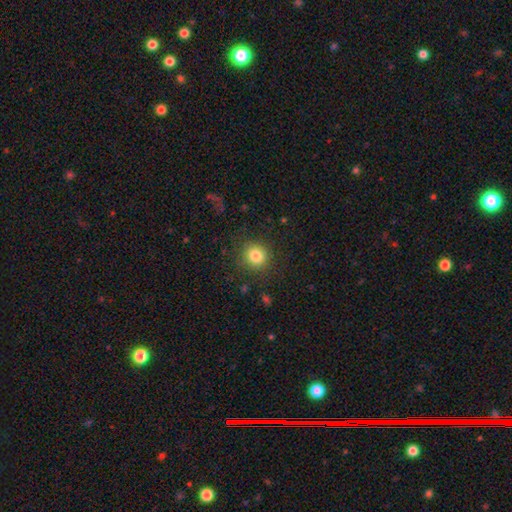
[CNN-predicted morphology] Smooth or featured: smooth — 82% (star or artifact — 11%)
How rounded: round — 89% (in between — 10%)
Merging: none — 86% (minor disturbance — 9%)